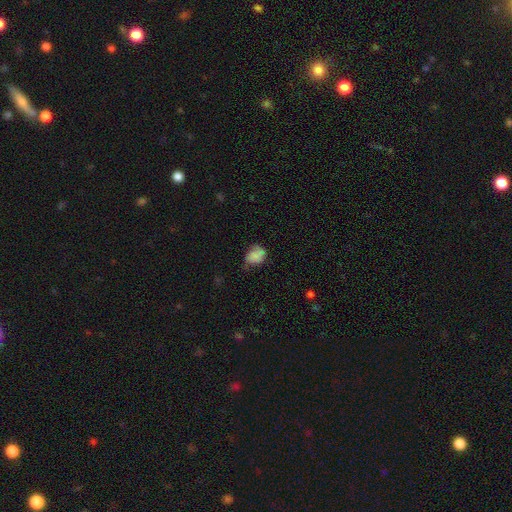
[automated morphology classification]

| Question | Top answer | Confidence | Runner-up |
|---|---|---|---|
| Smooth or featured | smooth | 66% | featured or disk (24%) |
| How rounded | in between | 65% | round (34%) |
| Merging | none | 42% | minor disturbance (38%) |